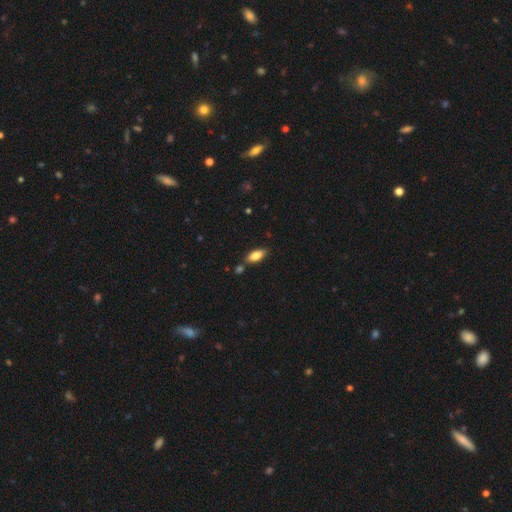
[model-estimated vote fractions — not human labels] Q: Smooth or featured?
A: smooth (82%); runner-up: featured or disk (11%)
Q: How rounded?
A: in between (83%); runner-up: cigar-shaped (15%)
Q: Merging?
A: none (77%); runner-up: minor disturbance (13%)